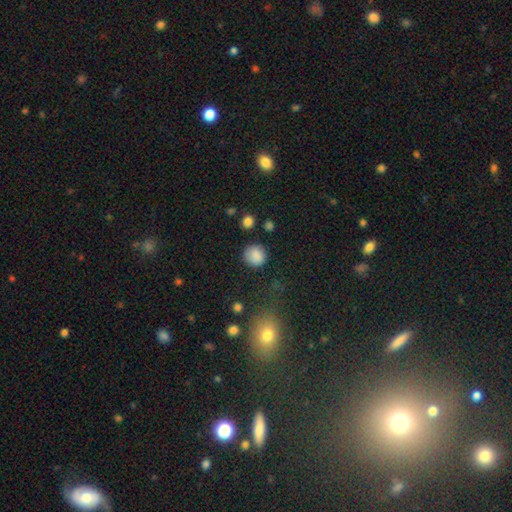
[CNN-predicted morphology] A smooth galaxy with no disk features (86%) that is round (85%).

Vote fractions:
- Smooth or featured? smooth: 86% / star or artifact: 10% / featured or disk: 5%
- How rounded? round: 85% / in between: 14% / cigar-shaped: 1%
- Merging? none: 82% / minor disturbance: 12% / major disturbance: 4% / merger: 3%